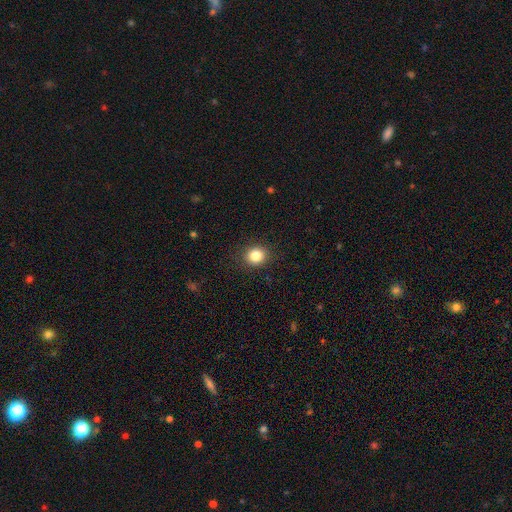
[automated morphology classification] Smooth or featured: smooth — 83% (star or artifact — 11%)
How rounded: round — 79% (in between — 20%)
Merging: none — 90% (minor disturbance — 7%)